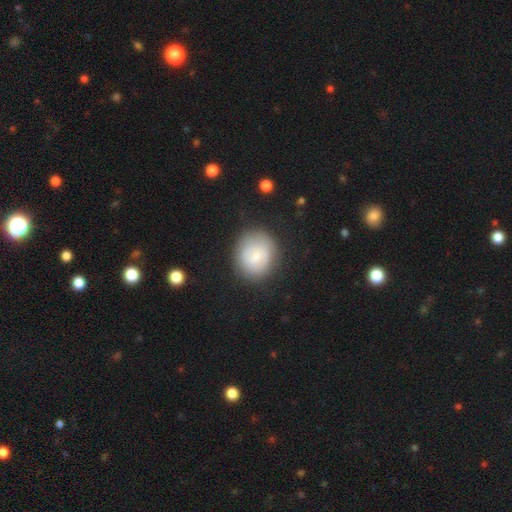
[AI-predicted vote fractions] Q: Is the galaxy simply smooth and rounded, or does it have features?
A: smooth — 61%.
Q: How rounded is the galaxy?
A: round — 69%.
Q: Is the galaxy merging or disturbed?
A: none — 78%.